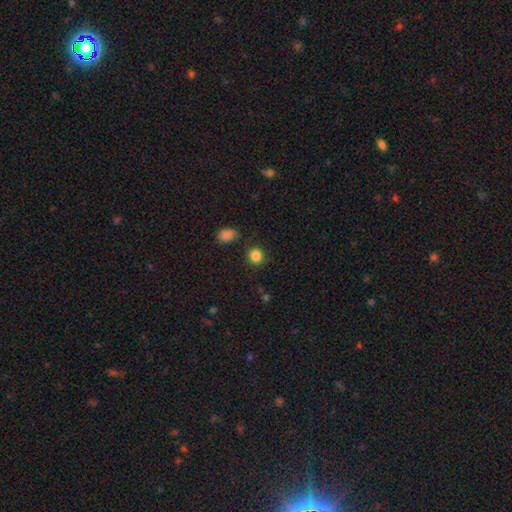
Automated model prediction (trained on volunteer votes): smooth 85%, star or artifact 12%, featured or disk 4%. Down the decision tree: how rounded — round (89%); merging — none (84%).